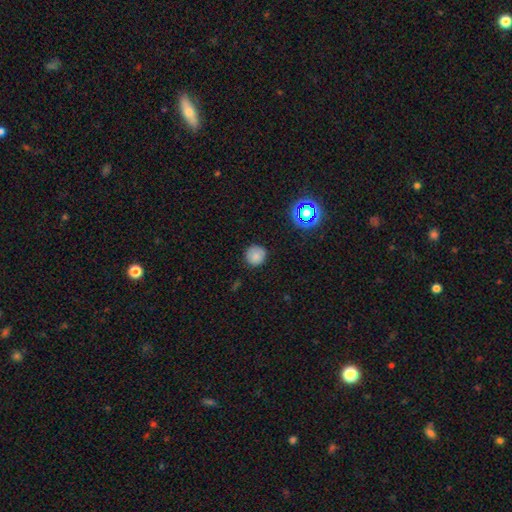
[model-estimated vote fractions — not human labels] Smooth or featured: smooth — 79% (star or artifact — 13%)
How rounded: round — 94% (in between — 5%)
Merging: none — 86% (minor disturbance — 10%)